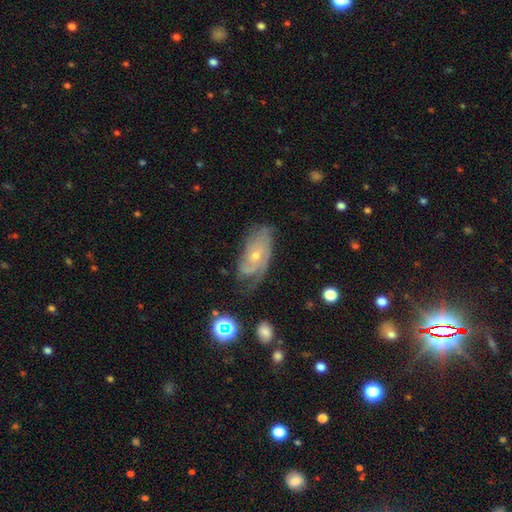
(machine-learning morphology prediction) type=featured or disk (70%); edge-on=no (92%); bar=no (77%); spiral arms=yes (87%); winding=tight (50%); arm count=can't tell (42%); bulge=small (66%); merging=none (53%).